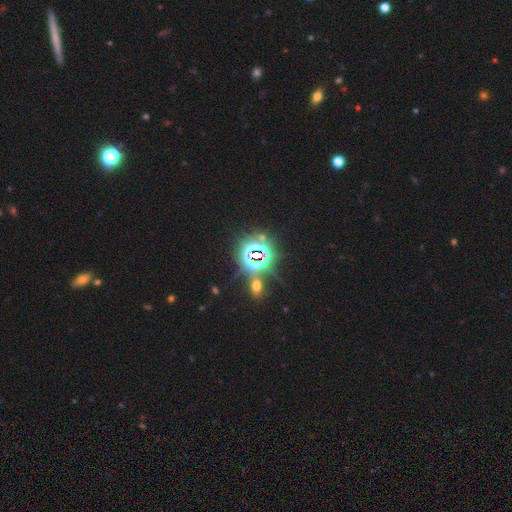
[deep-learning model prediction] A star or artifact, not a galaxy (79%).

Vote fractions:
- Smooth or featured? star or artifact: 79% / smooth: 13% / featured or disk: 8%